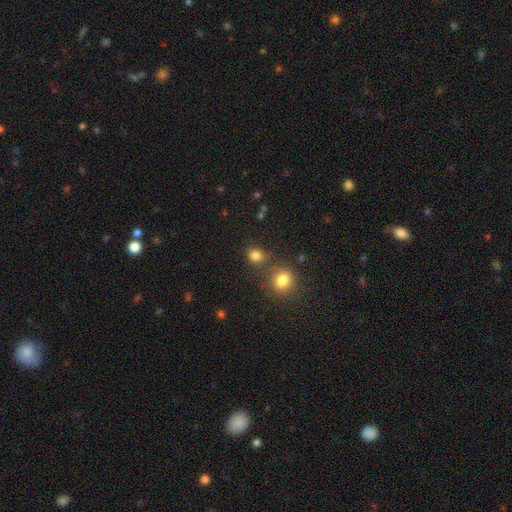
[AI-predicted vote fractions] smooth-or-featured: smooth: 81% | star or artifact: 14% | featured or disk: 5%
  how-rounded: round: 69% | in between: 30% | cigar-shaped: 1%
  merging: none: 68% | merger: 17% | minor disturbance: 10% | major disturbance: 4%